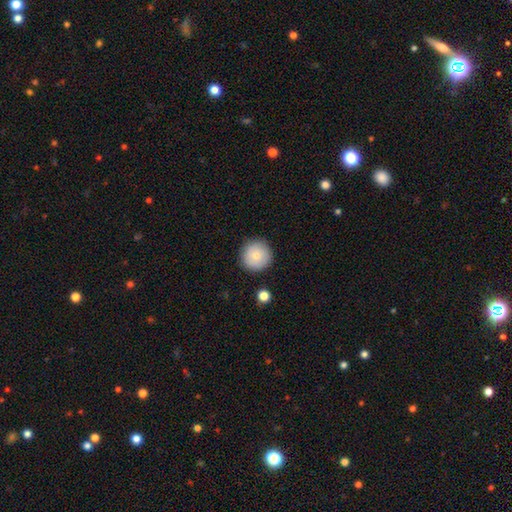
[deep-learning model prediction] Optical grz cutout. It shows a smooth galaxy with no disk features (80%) that is round (96%). Merging: none (89%).